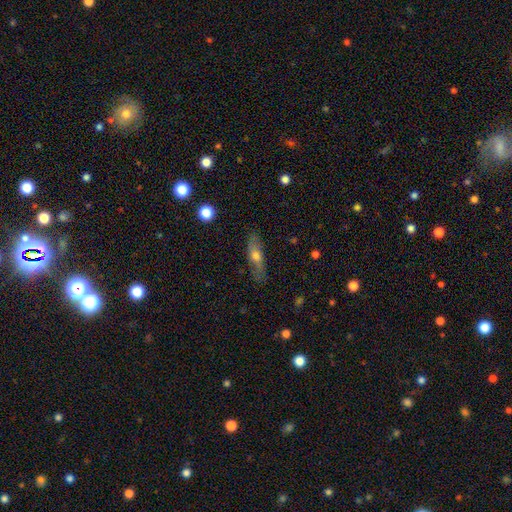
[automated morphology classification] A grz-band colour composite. It shows a smooth galaxy with no disk features (57%) that is cigar-shaped (54%). Merging: none (76%).